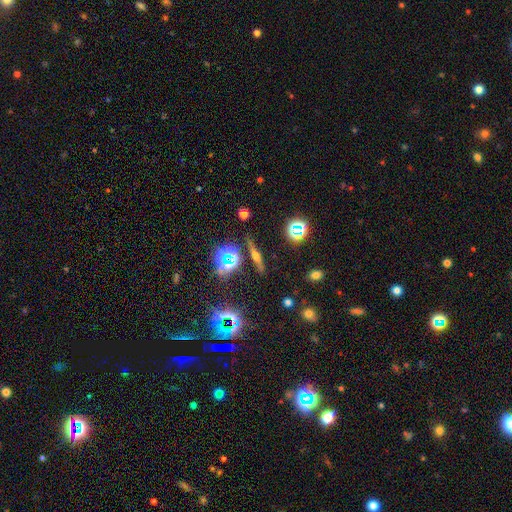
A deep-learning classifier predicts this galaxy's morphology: smooth-or-featured: featured or disk: 52% | star or artifact: 26% | smooth: 23%
  disk-edge-on: yes: 92% | no: 8%
  merging: none: 85% | minor disturbance: 8% | merger: 3% | major disturbance: 3%